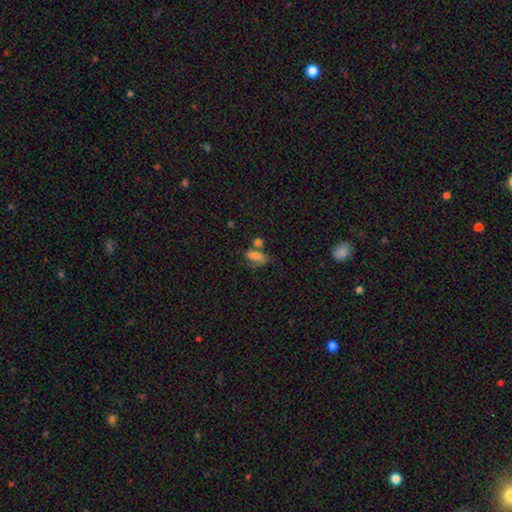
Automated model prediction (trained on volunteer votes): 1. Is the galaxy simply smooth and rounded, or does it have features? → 71% smooth, 16% featured or disk, 13% star or artifact.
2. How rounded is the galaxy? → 86% in between, 9% round, 5% cigar-shaped.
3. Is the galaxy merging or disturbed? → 33% merger, 32% none, 20% minor disturbance, 16% major disturbance.